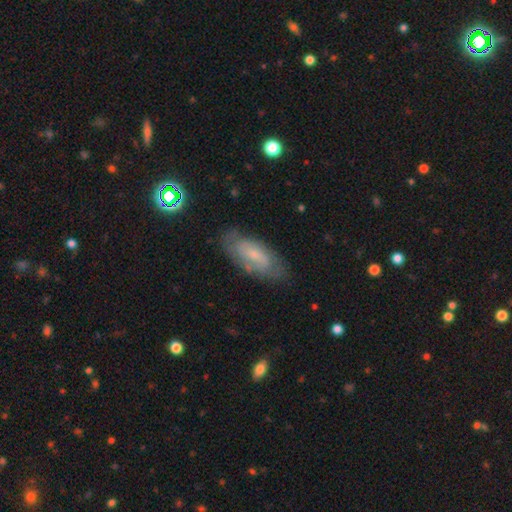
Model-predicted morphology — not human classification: The model was most divided on "smooth or featured" (2-way tie): smooth: 46%, featured or disk: 46%, star or artifact: 8%. More confident: merging — none (71%).